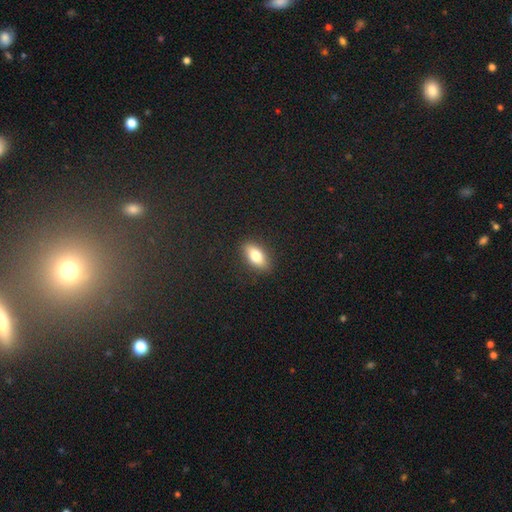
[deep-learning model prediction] Overall: smooth (75%). How rounded: in between (82%). Merging: none (88%).